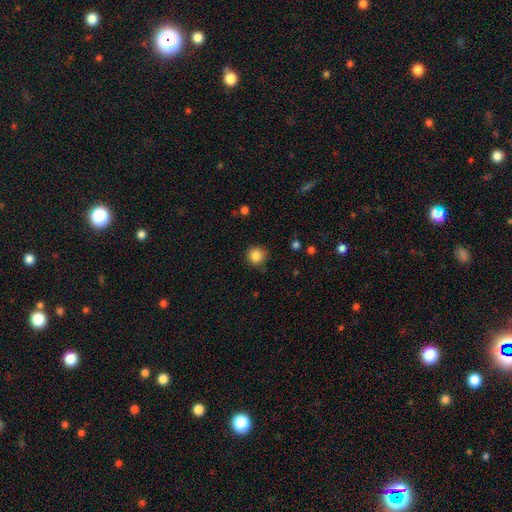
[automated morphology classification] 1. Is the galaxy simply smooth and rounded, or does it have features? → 85% smooth, 11% star or artifact, 4% featured or disk.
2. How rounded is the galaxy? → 93% round, 6% in between, 1% cigar-shaped.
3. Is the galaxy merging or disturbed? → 85% none, 11% minor disturbance, 3% major disturbance, 1% merger.